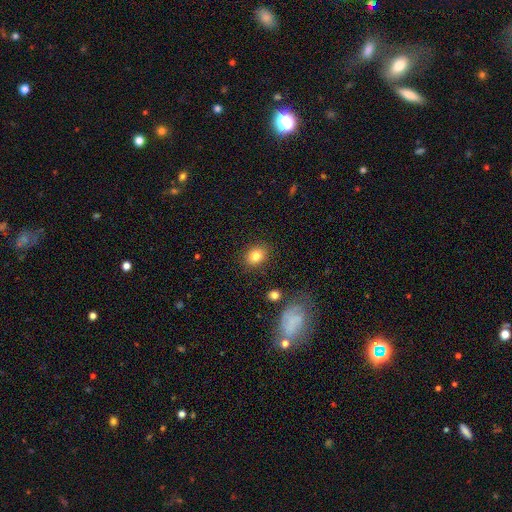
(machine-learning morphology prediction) This is clearly a smooth galaxy (81%). How rounded: possibly in between (56%). Merging: clearly none (86%).